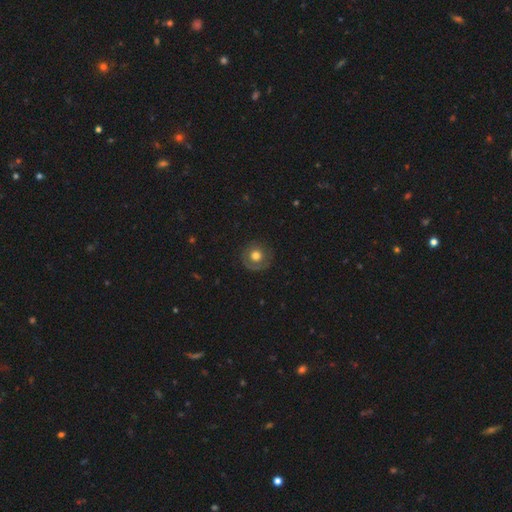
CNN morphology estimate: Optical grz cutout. It shows a smooth galaxy with no disk features (63%) that is round (93%). Merging: none (82%).